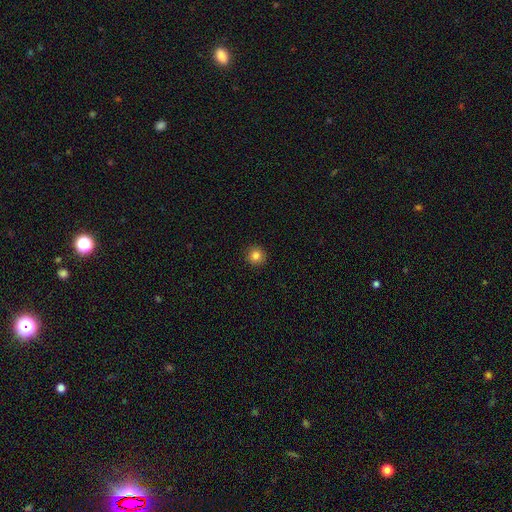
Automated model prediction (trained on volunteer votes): smooth-or-featured: smooth: 83% | star or artifact: 11% | featured or disk: 5%
  how-rounded: round: 95% | in between: 4% | cigar-shaped: 1%
  merging: none: 92% | minor disturbance: 5% | major disturbance: 2% | merger: 1%